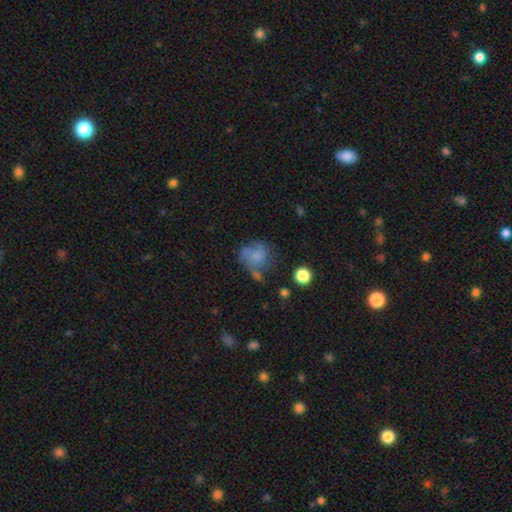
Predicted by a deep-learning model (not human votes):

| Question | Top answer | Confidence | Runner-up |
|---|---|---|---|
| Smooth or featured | smooth | 55% | featured or disk (34%) |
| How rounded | round | 72% | in between (26%) |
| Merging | none | 39% | minor disturbance (24%) |